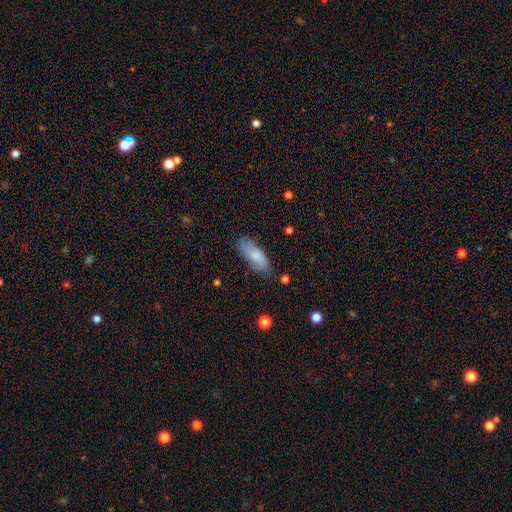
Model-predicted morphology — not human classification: Smooth or featured? smooth (72%)
How rounded? in between (79%)
Merging? none (71%)